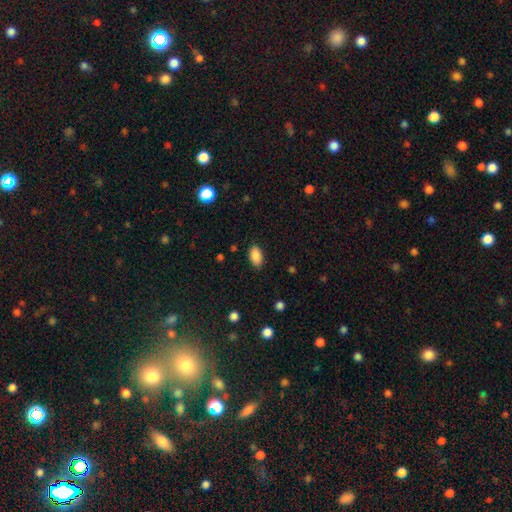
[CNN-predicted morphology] Q: Smooth or featured?
A: smooth (88%); runner-up: star or artifact (8%)
Q: How rounded?
A: in between (92%); runner-up: round (6%)
Q: Merging?
A: none (85%); runner-up: minor disturbance (11%)